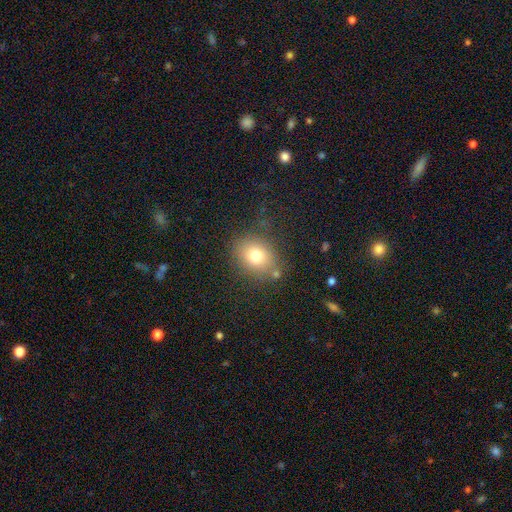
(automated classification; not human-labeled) Smooth or featured?
  - smooth: 76% *
  - star or artifact: 12%
  - featured or disk: 12%
How rounded?
  - round: 53% *
  - in between: 46%
  - cigar-shaped: 1%
Merging?
  - none: 76% *
  - minor disturbance: 14%
  - major disturbance: 6%
  - merger: 5%